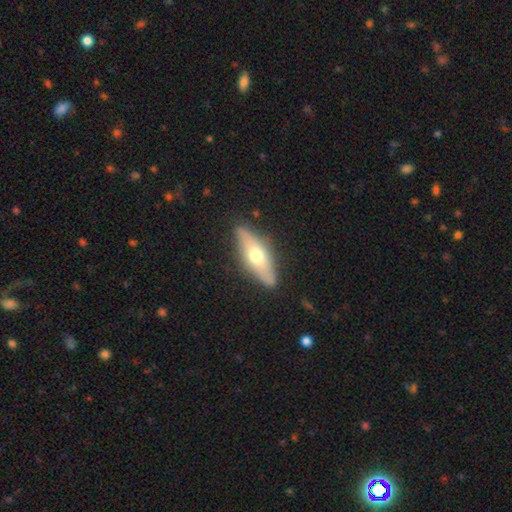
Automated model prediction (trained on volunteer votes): Smooth or featured? smooth (48%)
Merging? none (85%)